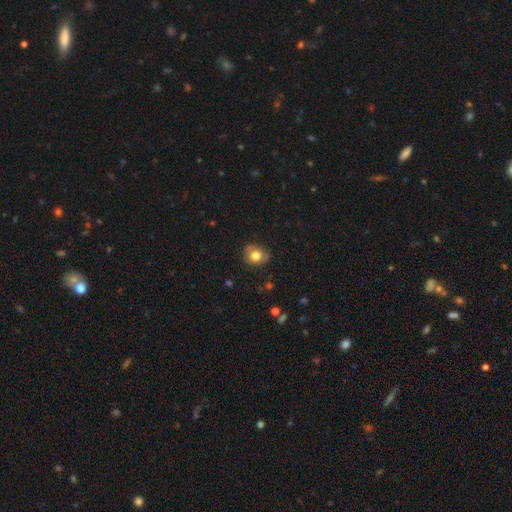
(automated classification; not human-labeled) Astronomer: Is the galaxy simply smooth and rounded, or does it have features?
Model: smooth — 70%.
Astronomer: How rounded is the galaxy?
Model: round — 67%.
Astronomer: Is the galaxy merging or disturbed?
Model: none — 65%.